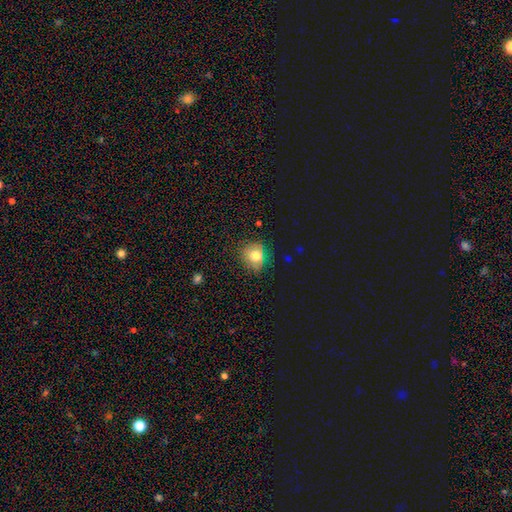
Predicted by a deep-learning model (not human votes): Morphology: type=smooth (72%); roundness=round (82%); merging=none (79%).